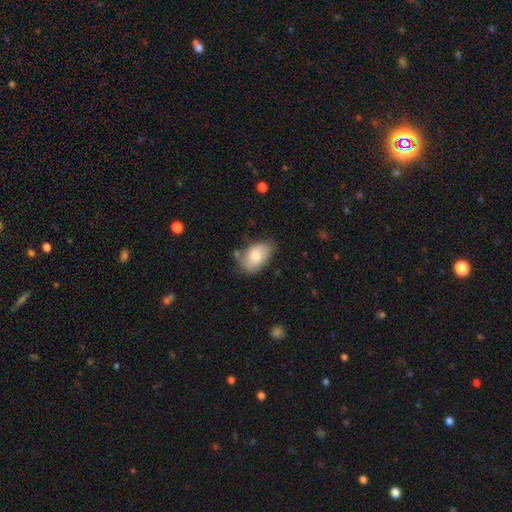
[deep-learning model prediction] Smooth or featured?
  - smooth: 76% *
  - featured or disk: 18%
  - star or artifact: 7%
How rounded?
  - in between: 91% *
  - round: 8%
  - cigar-shaped: 1%
Merging?
  - none: 57% *
  - minor disturbance: 31%
  - major disturbance: 7%
  - merger: 5%